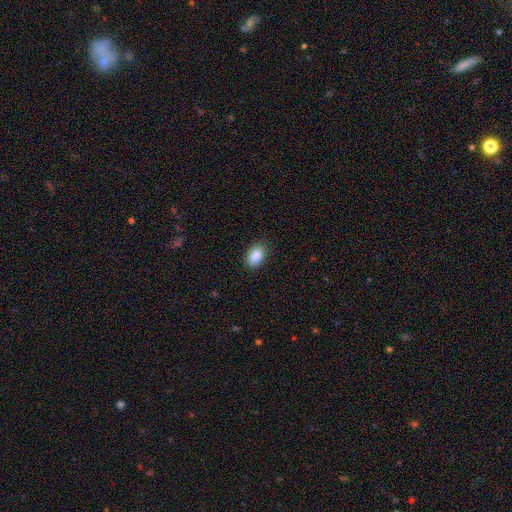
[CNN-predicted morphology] The model was most divided on "merging": none: 86%, minor disturbance: 10%, major disturbance: 2%, merger: 1%. More confident: how rounded — in between (89%); smooth or featured — smooth (88%).